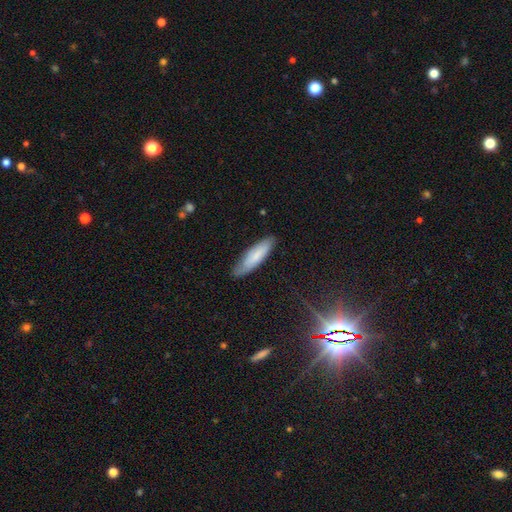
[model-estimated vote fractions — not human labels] Smooth or featured?
  - smooth: 72% *
  - featured or disk: 21%
  - star or artifact: 7%
How rounded?
  - cigar-shaped: 66% *
  - in between: 32%
  - round: 1%
Merging?
  - none: 79% *
  - minor disturbance: 17%
  - major disturbance: 3%
  - merger: 1%